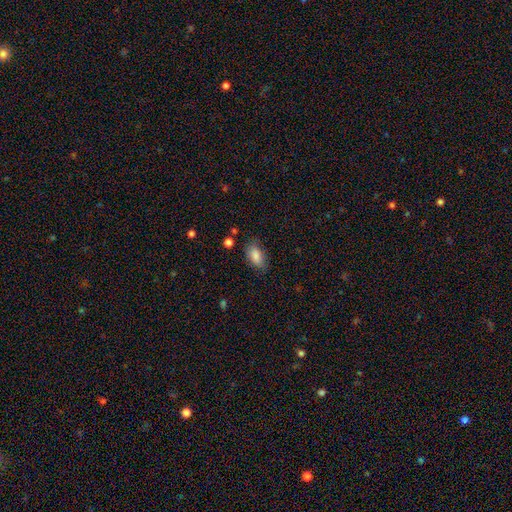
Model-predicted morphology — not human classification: Q: Smooth or featured?
A: smooth (84%); runner-up: featured or disk (8%)
Q: How rounded?
A: in between (91%); runner-up: round (5%)
Q: Merging?
A: none (74%); runner-up: minor disturbance (20%)